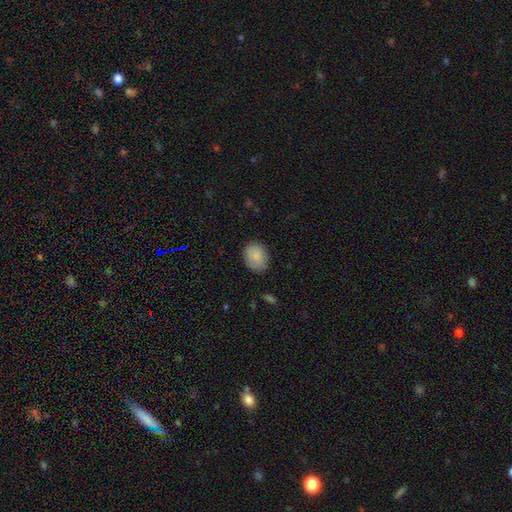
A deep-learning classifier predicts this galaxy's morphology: This is clearly a smooth galaxy (87%). How rounded: likely in between (62%). Merging: clearly none (81%).